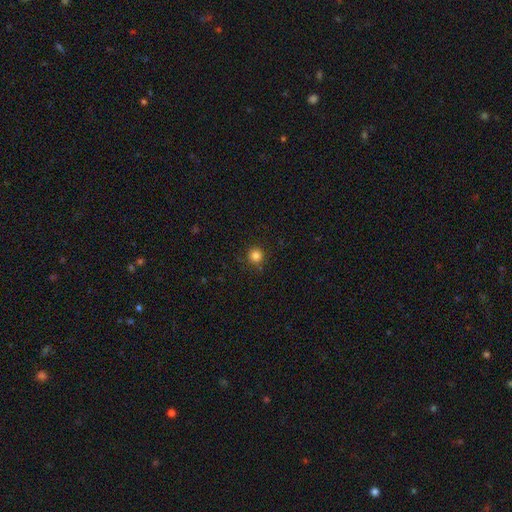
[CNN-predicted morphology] A smooth galaxy with no disk features (83%) that is round (95%).

Vote fractions:
- Smooth or featured? smooth: 83% / star or artifact: 13% / featured or disk: 4%
- How rounded? round: 95% / in between: 4% / cigar-shaped: 1%
- Merging? none: 88% / minor disturbance: 8% / major disturbance: 2% / merger: 2%